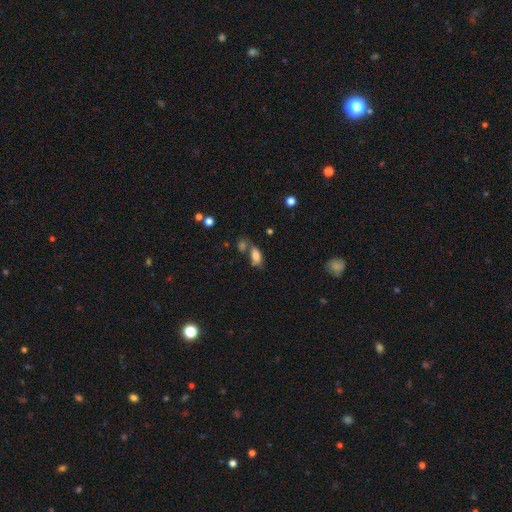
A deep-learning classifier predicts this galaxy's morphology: Overall: smooth (78%). How rounded: in between (86%). Merging: none (49%; merger 25%).